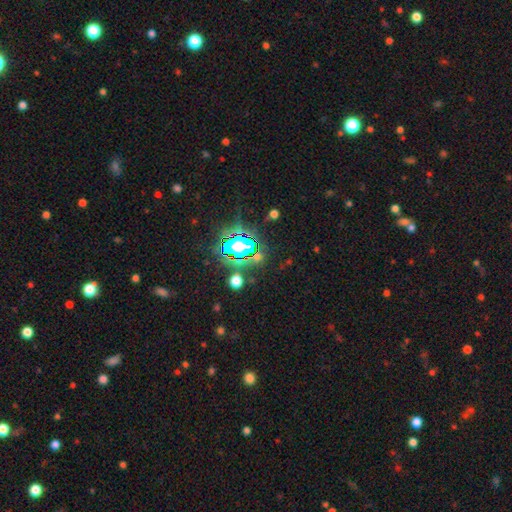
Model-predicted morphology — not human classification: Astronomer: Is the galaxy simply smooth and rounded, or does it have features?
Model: star or artifact — 73%.